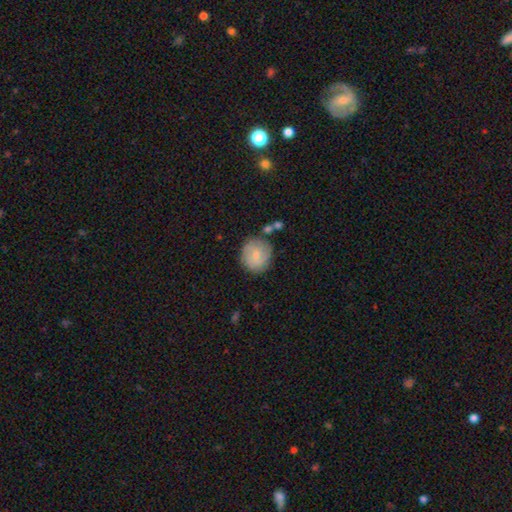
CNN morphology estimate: type=smooth (63%); roundness=round (85%); merging=none (73%).